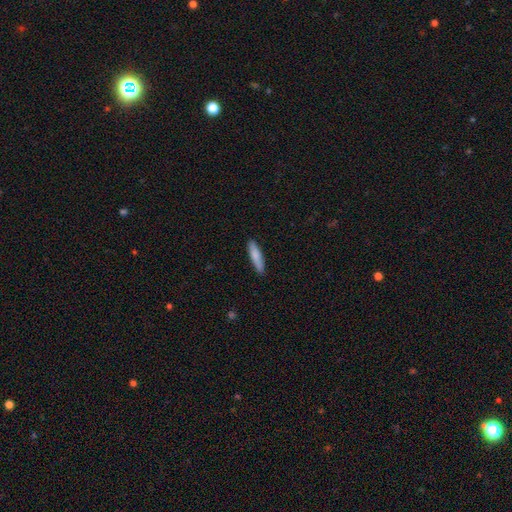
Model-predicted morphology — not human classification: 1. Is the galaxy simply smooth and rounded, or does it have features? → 83% smooth, 11% featured or disk, 6% star or artifact.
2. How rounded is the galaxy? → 78% cigar-shaped, 21% in between, 1% round.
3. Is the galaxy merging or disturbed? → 88% none, 9% minor disturbance, 2% major disturbance, 1% merger.